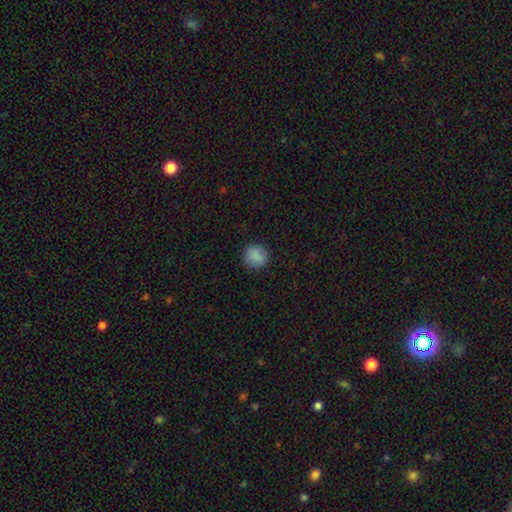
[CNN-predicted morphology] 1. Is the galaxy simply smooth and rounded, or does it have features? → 86% smooth, 9% star or artifact, 5% featured or disk.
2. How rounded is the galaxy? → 88% round, 11% in between, 1% cigar-shaped.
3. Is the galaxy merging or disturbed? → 86% none, 10% minor disturbance, 3% major disturbance, 1% merger.